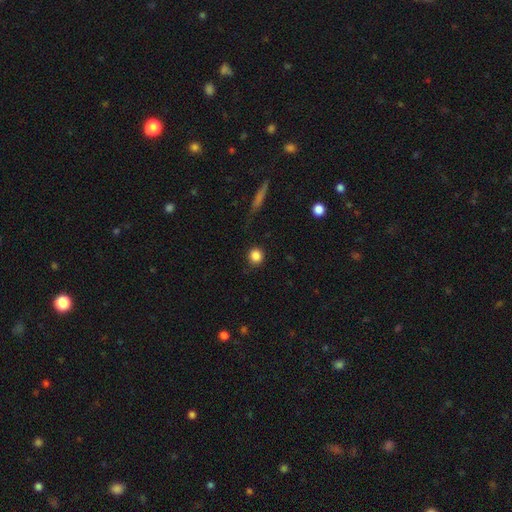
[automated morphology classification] Smooth or featured?
  - smooth: 86% *
  - star or artifact: 10%
  - featured or disk: 4%
How rounded?
  - round: 92% *
  - in between: 7%
  - cigar-shaped: 1%
Merging?
  - none: 87% *
  - minor disturbance: 8%
  - major disturbance: 3%
  - merger: 2%